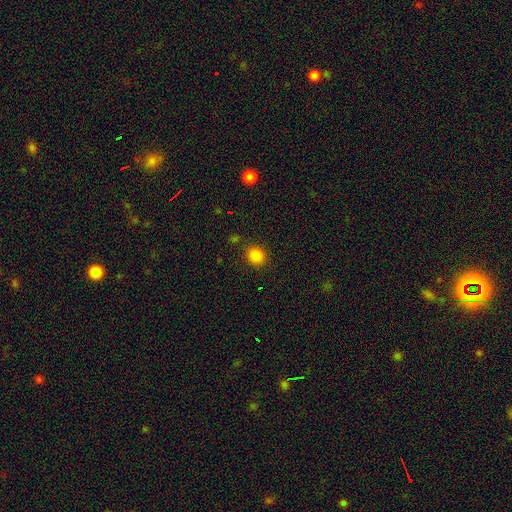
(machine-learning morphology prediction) Q: Smooth or featured?
A: smooth (84%); runner-up: star or artifact (12%)
Q: How rounded?
A: round (79%); runner-up: in between (20%)
Q: Merging?
A: none (86%); runner-up: minor disturbance (9%)